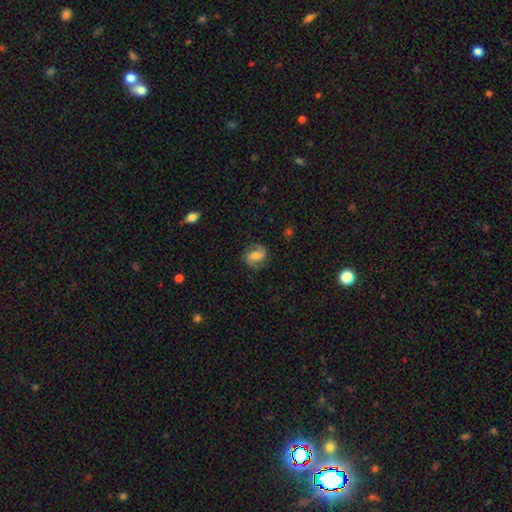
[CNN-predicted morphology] The model was most divided on "bar": weak: 42%, strong: 32%, no: 26%. Remaining: edge-on disk — no (97%); spiral arms — yes (91%); spiral arm count — 2 (87%); merging — none (78%); smooth or featured — featured or disk (64%); spiral winding — medium (46%); bulge size — moderate (45%).